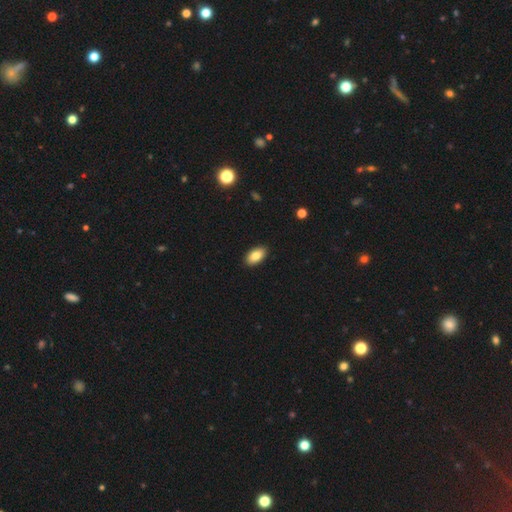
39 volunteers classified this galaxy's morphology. This is clearly a smooth galaxy (82%). How rounded: clearly in between (91%). Merging: clearly none (89%).